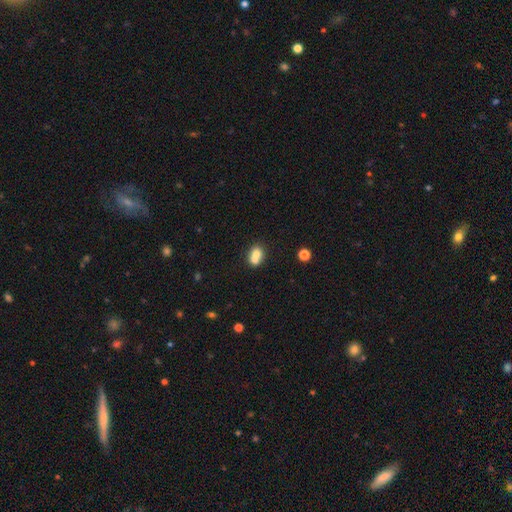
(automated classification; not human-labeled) smooth 71%, featured or disk 19%, star or artifact 10%. Down the decision tree: how rounded — round (52%); merging — merger (59%).